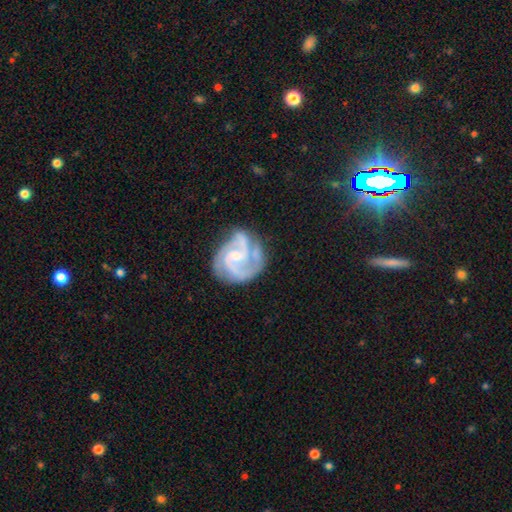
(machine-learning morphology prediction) Smooth or featured? Predicted: featured or disk (p=0.90). Edge-on disk? Predicted: no (p=0.98). Bar? Predicted: weak (p=0.44, tied with no). Spiral arms? Predicted: yes (p=0.98). Spiral winding? Predicted: medium (p=0.50). Spiral arm count? Predicted: 2 (p=0.44). Bulge size? Predicted: small (p=0.61). Merging? Predicted: none (p=0.60).